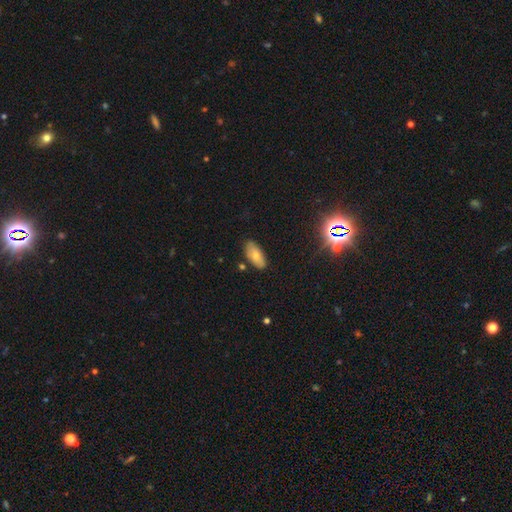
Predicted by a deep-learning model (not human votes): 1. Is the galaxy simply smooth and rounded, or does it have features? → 70% smooth, 21% featured or disk, 9% star or artifact.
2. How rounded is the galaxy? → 90% in between, 7% cigar-shaped, 3% round.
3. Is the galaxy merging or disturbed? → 79% none, 15% minor disturbance, 3% merger, 3% major disturbance.